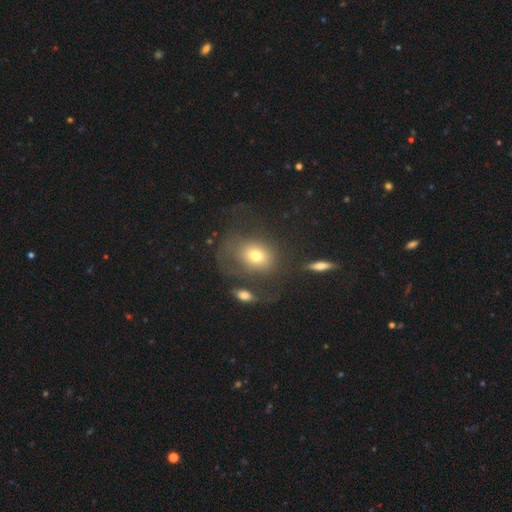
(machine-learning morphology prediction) Smooth or featured? smooth (64%)
How rounded? round (51%)
Merging? none (37%, tied with major disturbance)